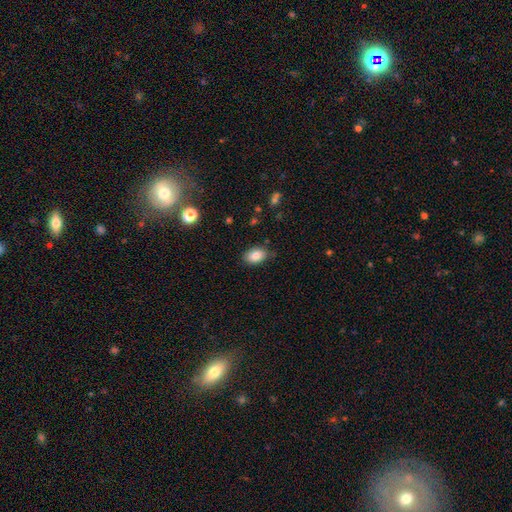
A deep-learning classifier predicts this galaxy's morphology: Smooth or featured? smooth (85%)
How rounded? in between (84%)
Merging? none (81%)